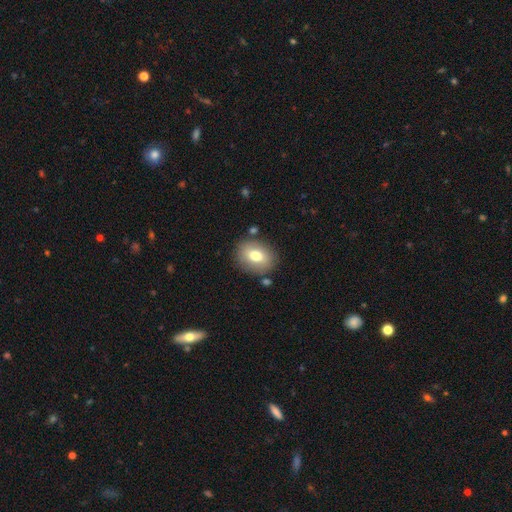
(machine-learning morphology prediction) Smooth or featured? Predicted: smooth (p=0.74). How rounded? Predicted: in between (p=0.57). Merging? Predicted: none (p=0.82).